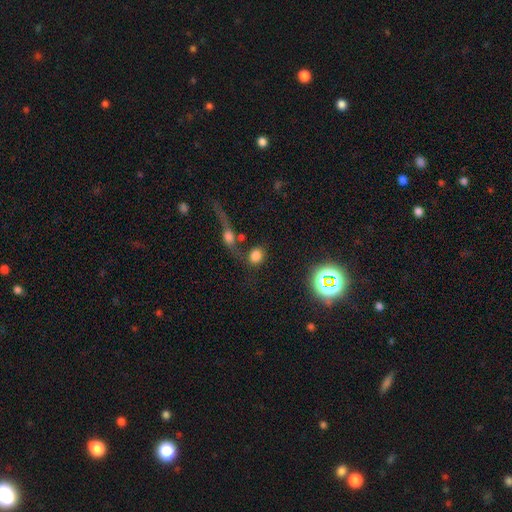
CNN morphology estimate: This appears to be a smooth galaxy with no disk features (76%) that is round (70%). Merging: none (53%).